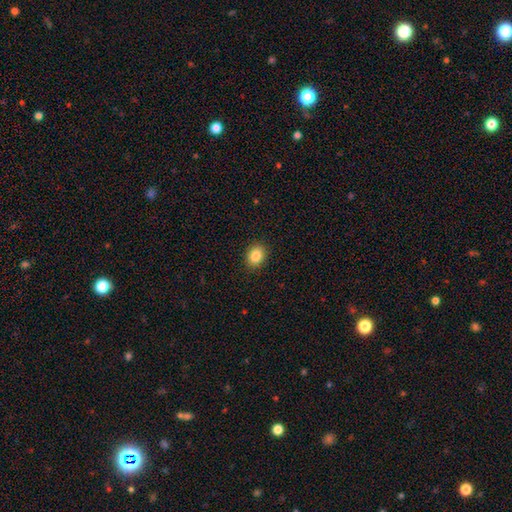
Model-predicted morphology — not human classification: Smooth or featured?
  - smooth: 86% *
  - star or artifact: 9%
  - featured or disk: 5%
How rounded?
  - in between: 57% *
  - round: 42%
  - cigar-shaped: 1%
Merging?
  - none: 90% *
  - minor disturbance: 7%
  - major disturbance: 2%
  - merger: 1%